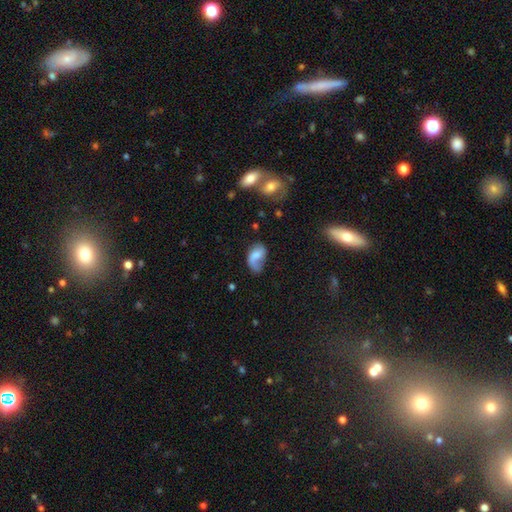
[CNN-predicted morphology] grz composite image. It shows a smooth galaxy with no disk features (47%). Merging: none (39%).